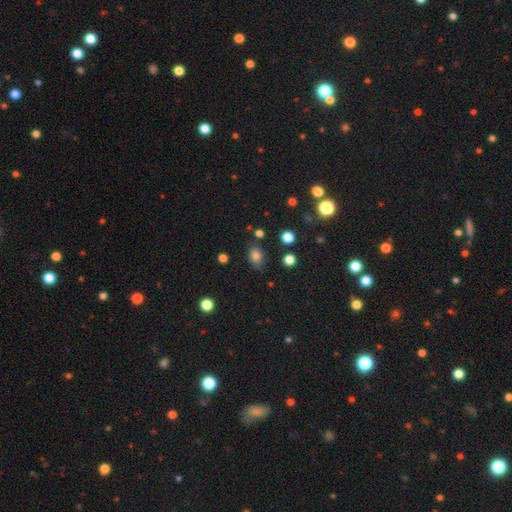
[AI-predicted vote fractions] A smooth galaxy with no disk features (80%) that is in between round and cigar-shaped (71%). Merging: none (78%).